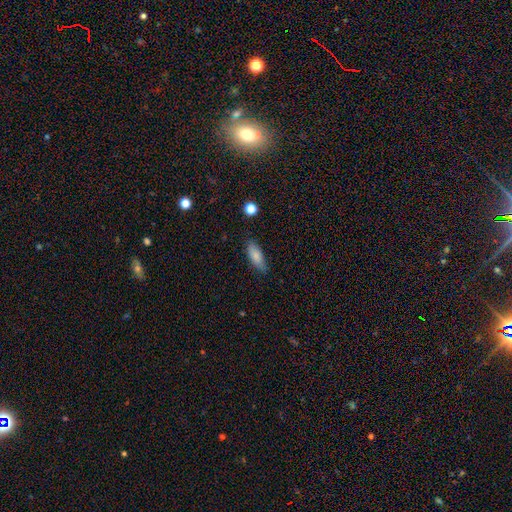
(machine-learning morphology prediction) Smooth or featured? smooth (82%)
How rounded? in between (69%)
Merging? none (79%)